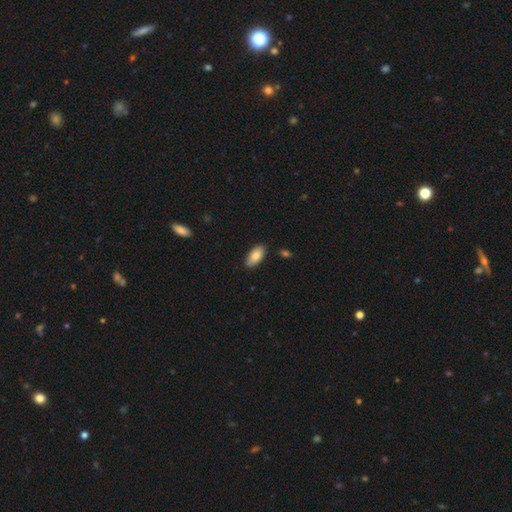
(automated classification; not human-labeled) This is clearly a smooth galaxy (82%). How rounded: clearly in between (94%). Merging: clearly none (85%).